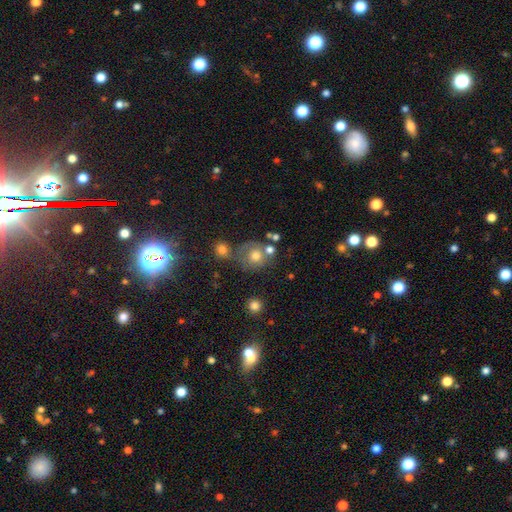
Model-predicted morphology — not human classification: type=smooth (66%); roundness=round (83%); merging=none (47%).